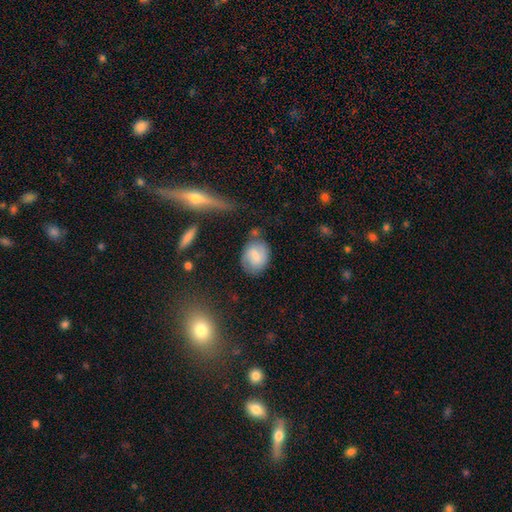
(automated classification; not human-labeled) This appears to be a smooth galaxy with no disk features (66%) that is in between round and cigar-shaped (59%). Merging: none (70%).